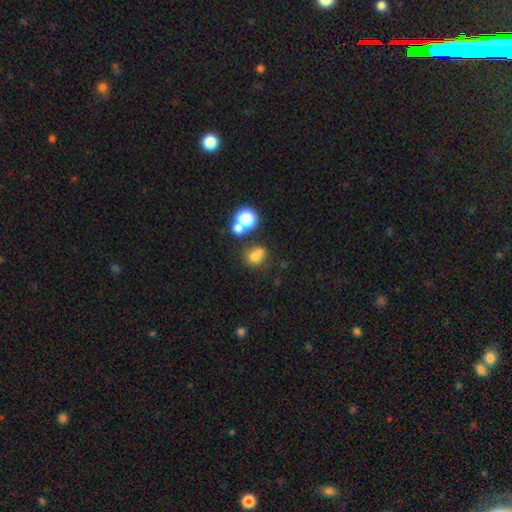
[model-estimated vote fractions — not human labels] Q: Smooth or featured?
A: smooth (70%); runner-up: star or artifact (18%)
Q: How rounded?
A: round (67%); runner-up: in between (32%)
Q: Merging?
A: none (45%); runner-up: merger (35%)